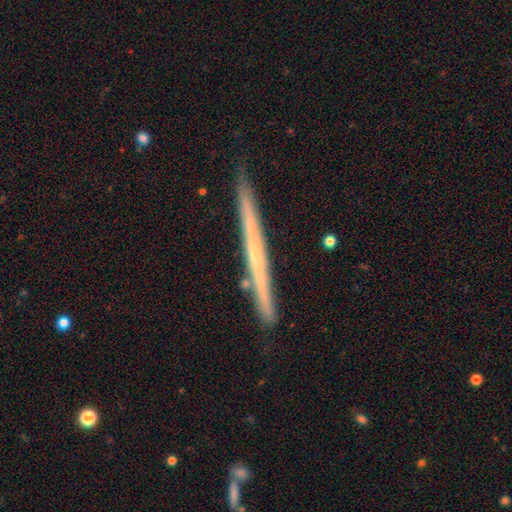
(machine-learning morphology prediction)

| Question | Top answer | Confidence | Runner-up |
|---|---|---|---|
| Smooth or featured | featured or disk | 71% | smooth (23%) |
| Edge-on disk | yes | 97% | no (3%) |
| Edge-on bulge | none | 62% | rounded (35%) |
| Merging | none | 88% | minor disturbance (8%) |